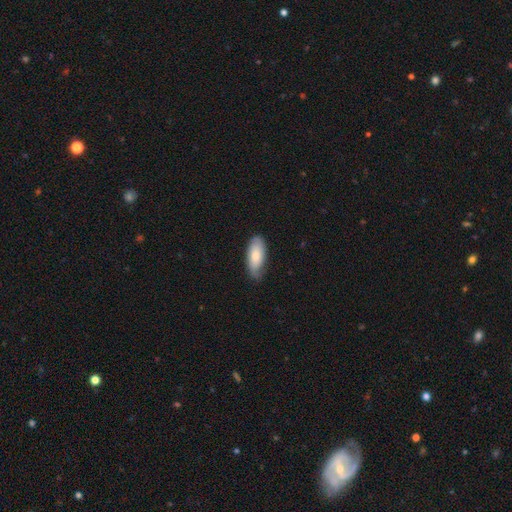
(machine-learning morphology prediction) Overall: smooth (76%). How rounded: in between (85%). Merging: none (64%; minor disturbance 30%).